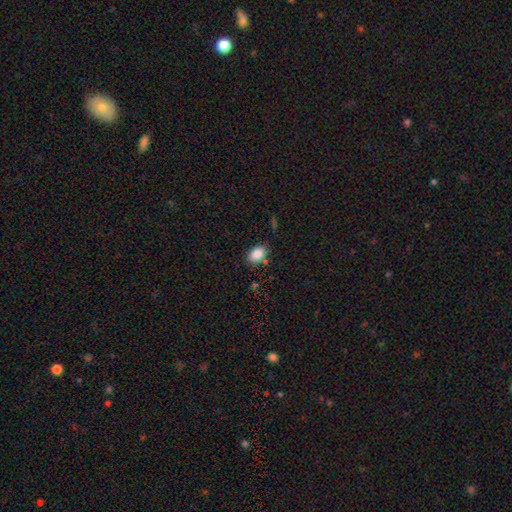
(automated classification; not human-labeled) smooth 86%, star or artifact 8%, featured or disk 5%. Down the decision tree: how rounded — in between (89%); merging — none (80%).